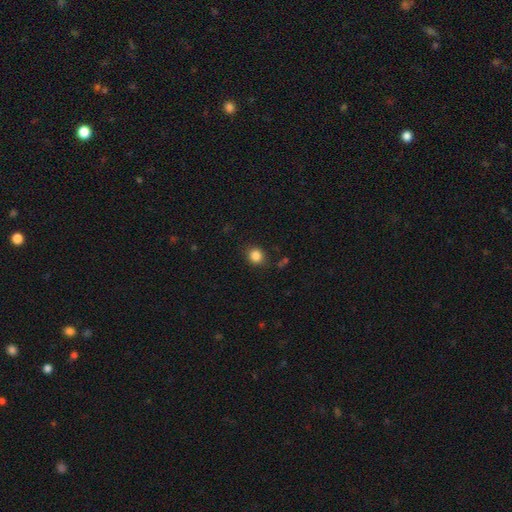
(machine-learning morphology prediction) smooth 85%, star or artifact 11%, featured or disk 4%. Down the decision tree: how rounded — round (76%); merging — none (85%).